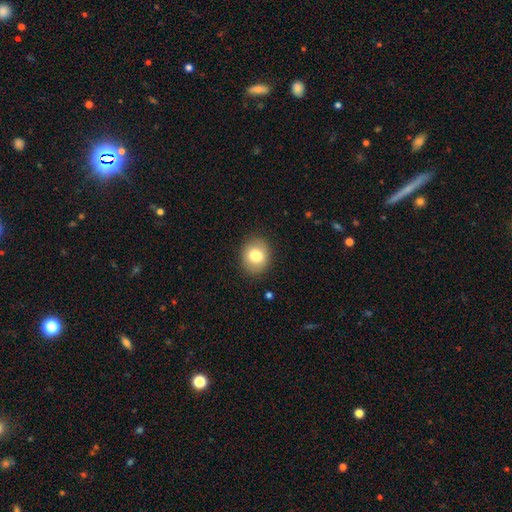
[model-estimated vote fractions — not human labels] Smooth or featured: smooth — 79% (featured or disk — 12%)
How rounded: round — 60% (in between — 39%)
Merging: none — 87% (minor disturbance — 10%)